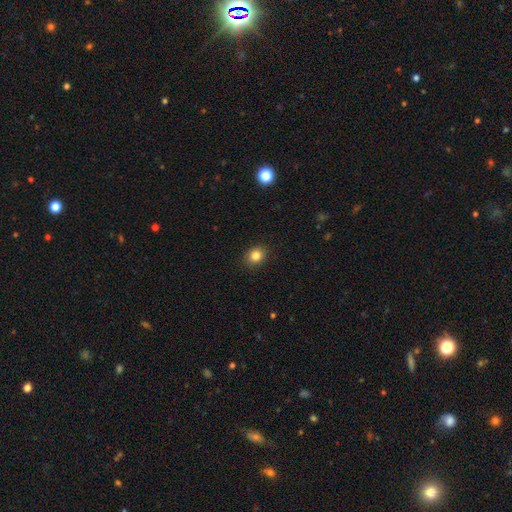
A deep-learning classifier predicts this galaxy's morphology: A smooth galaxy with no disk features (83%) that is round (68%). Merging: none (90%).